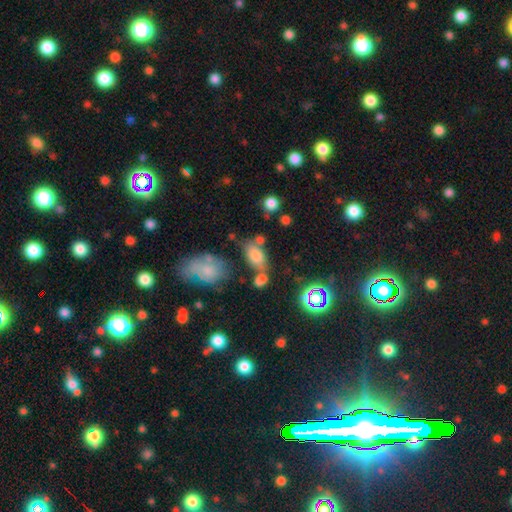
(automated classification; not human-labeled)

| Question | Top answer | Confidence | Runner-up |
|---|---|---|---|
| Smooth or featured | smooth | 75% | star or artifact (13%) |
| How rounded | in between | 89% | round (7%) |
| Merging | none | 50% | merger (26%) |